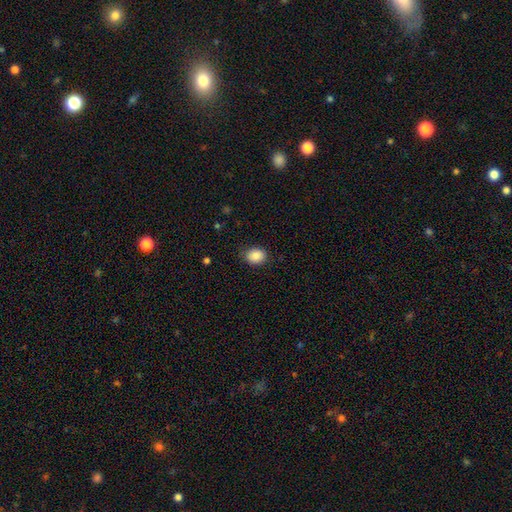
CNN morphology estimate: smooth 87%, star or artifact 8%, featured or disk 4%. Down the decision tree: how rounded — in between (55%); merging — none (82%).